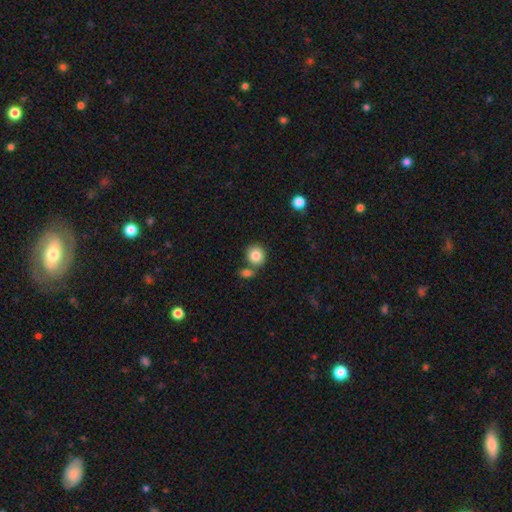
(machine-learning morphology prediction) smooth 85%, star or artifact 9%, featured or disk 7%. Down the decision tree: how rounded — round (81%); merging — none (64%).